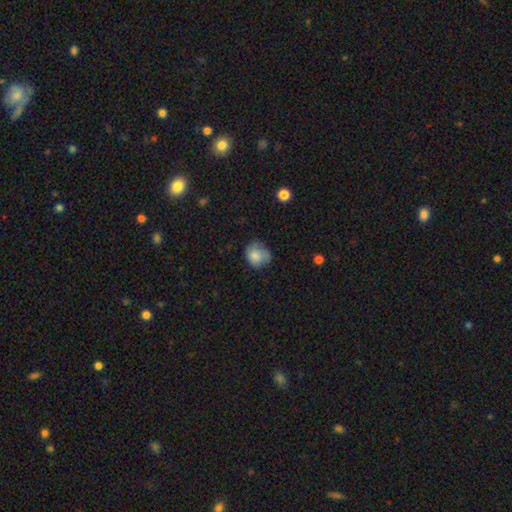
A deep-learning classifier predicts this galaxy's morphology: A smooth galaxy with no disk features (76%) that is round (68%).

Vote fractions:
- Smooth or featured? smooth: 76% / featured or disk: 15% / star or artifact: 8%
- How rounded? round: 68% / in between: 31% / cigar-shaped: 1%
- Merging? none: 51% / minor disturbance: 33% / major disturbance: 14% / merger: 3%